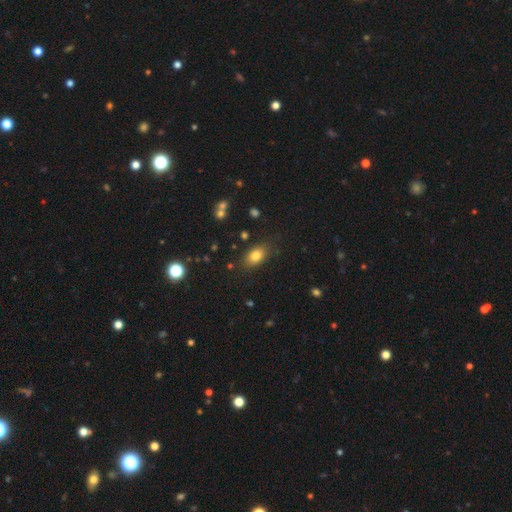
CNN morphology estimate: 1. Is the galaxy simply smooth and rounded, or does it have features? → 81% smooth, 10% star or artifact, 9% featured or disk.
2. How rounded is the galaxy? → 86% in between, 11% round, 3% cigar-shaped.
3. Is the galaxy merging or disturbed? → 82% none, 12% minor disturbance, 4% major disturbance, 2% merger.